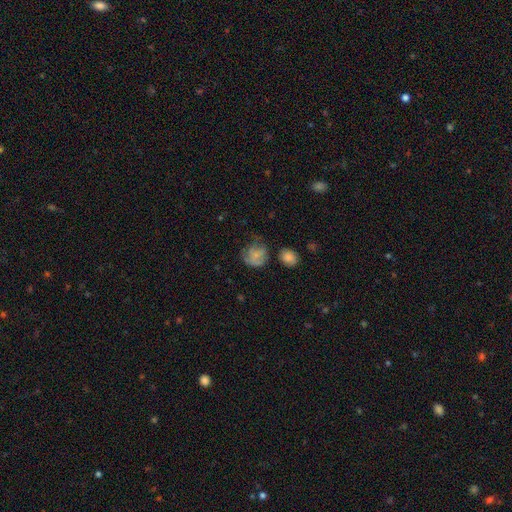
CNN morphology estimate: This appears to be a smooth galaxy with no disk features (65%) that is round (71%). Merging: none (45%).